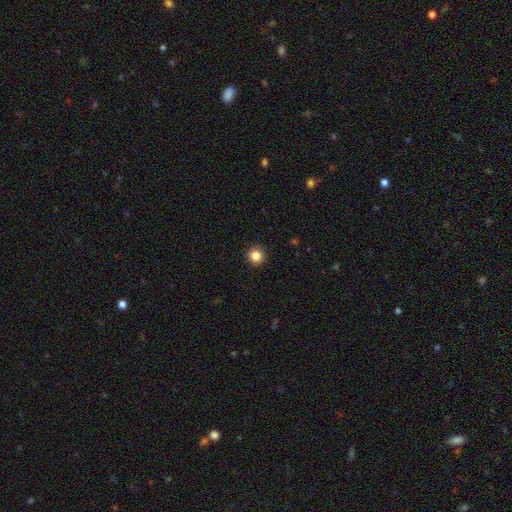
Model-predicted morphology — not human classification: Smooth or featured? smooth (84%)
How rounded? round (94%)
Merging? none (93%)